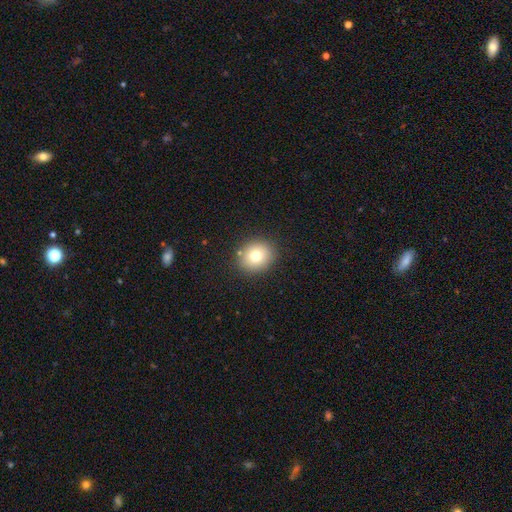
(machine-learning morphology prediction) smooth 75%, featured or disk 13%, star or artifact 12%. Down the decision tree: how rounded — round (77%); merging — none (87%).